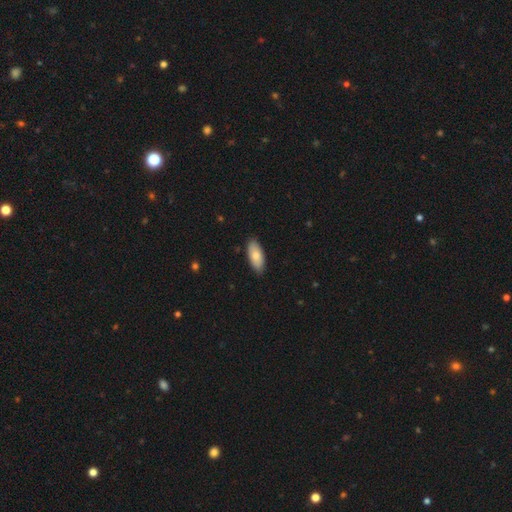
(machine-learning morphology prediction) A smooth galaxy with no disk features (81%) that is in between round and cigar-shaped (86%). Merging: none (88%).